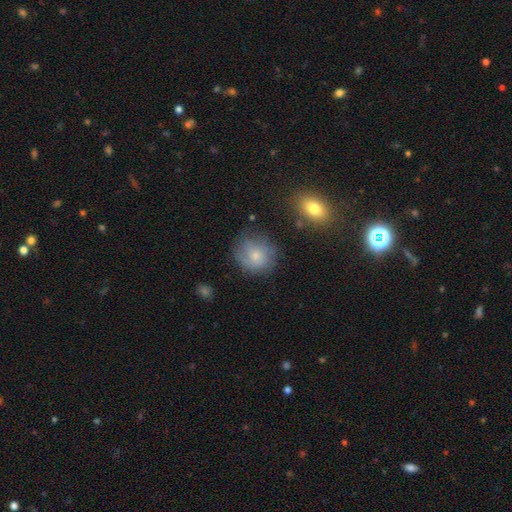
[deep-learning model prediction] Q: Smooth or featured?
A: smooth (64%); runner-up: featured or disk (26%)
Q: How rounded?
A: round (82%); runner-up: in between (17%)
Q: Merging?
A: none (67%); runner-up: minor disturbance (21%)